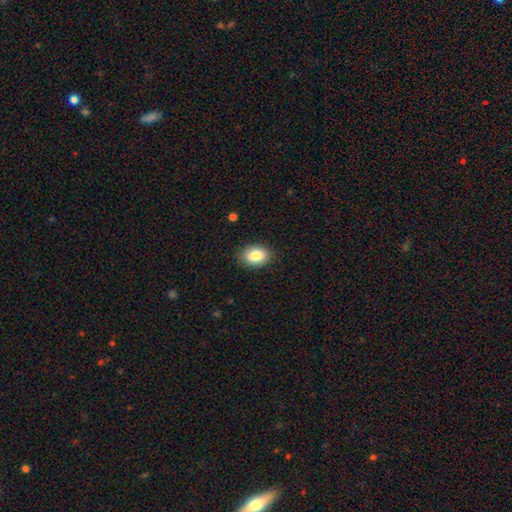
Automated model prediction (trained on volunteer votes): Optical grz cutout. It shows a smooth galaxy with no disk features (86%) that is in between round and cigar-shaped (78%). Merging: none (87%).